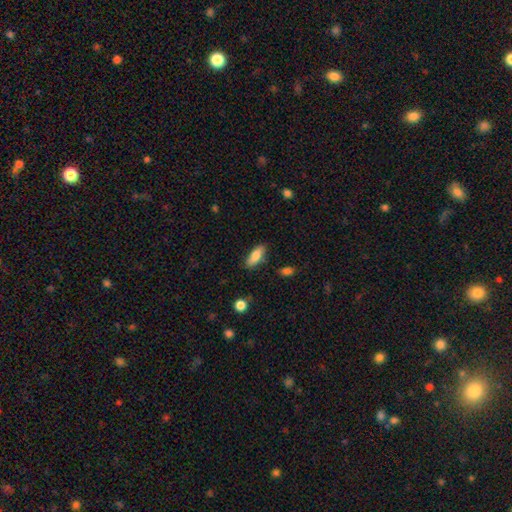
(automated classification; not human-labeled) Smooth or featured: smooth — 81% (featured or disk — 12%)
How rounded: in between — 76% (cigar-shaped — 22%)
Merging: none — 80% (minor disturbance — 14%)